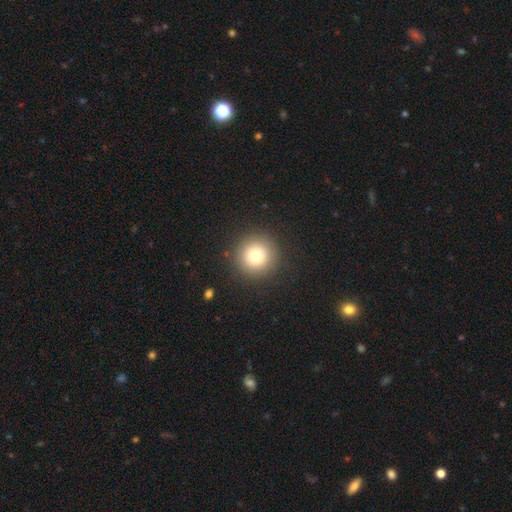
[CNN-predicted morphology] A smooth galaxy with no disk features (76%) that is round (96%). Merging: none (90%).